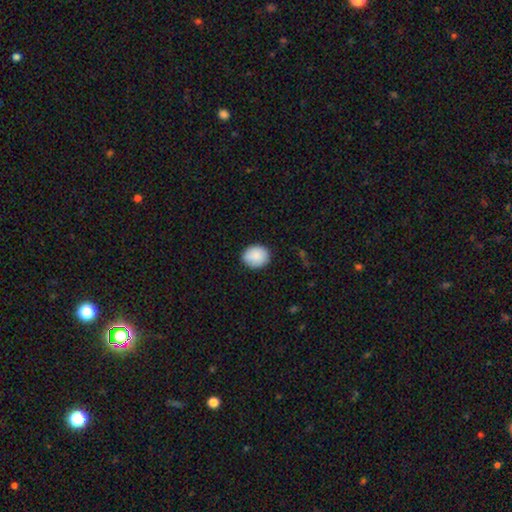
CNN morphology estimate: This is clearly a smooth galaxy (89%). How rounded: likely round (63%). Merging: clearly none (86%).